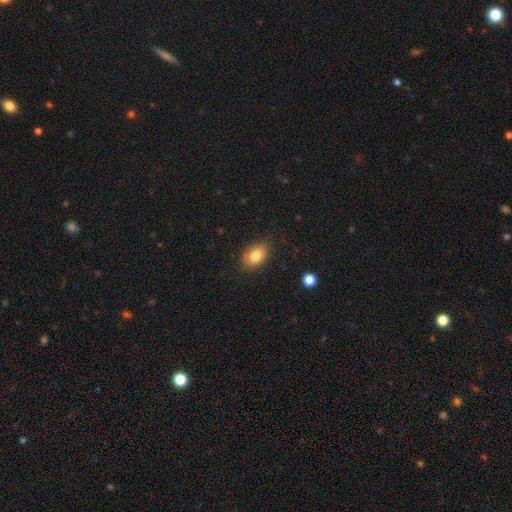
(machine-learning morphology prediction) A smooth galaxy with no disk features (81%) that is in between round and cigar-shaped (83%).

Vote fractions:
- Smooth or featured? smooth: 81% / featured or disk: 11% / star or artifact: 8%
- How rounded? in between: 83% / round: 16% / cigar-shaped: 1%
- Merging? none: 78% / minor disturbance: 17% / major disturbance: 4% / merger: 1%